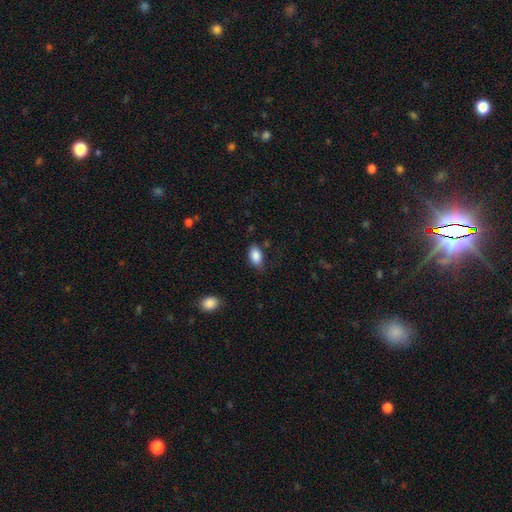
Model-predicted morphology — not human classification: type=smooth (88%); roundness=in between (90%); merging=none (74%).